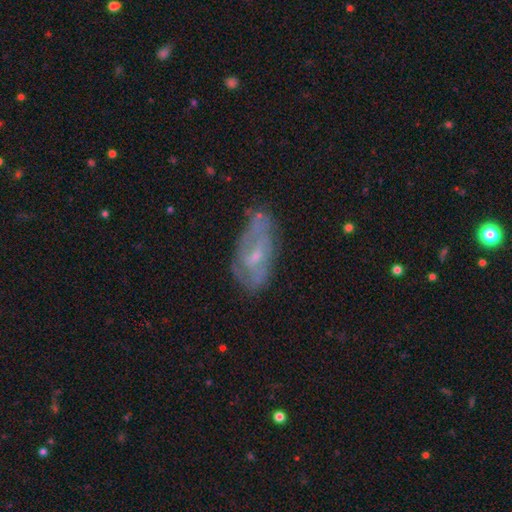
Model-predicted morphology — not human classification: A featured or disk galaxy (60%) with no bar (50%), spiral arms (53%) and a small central bulge (59%). Merging: none (56%).